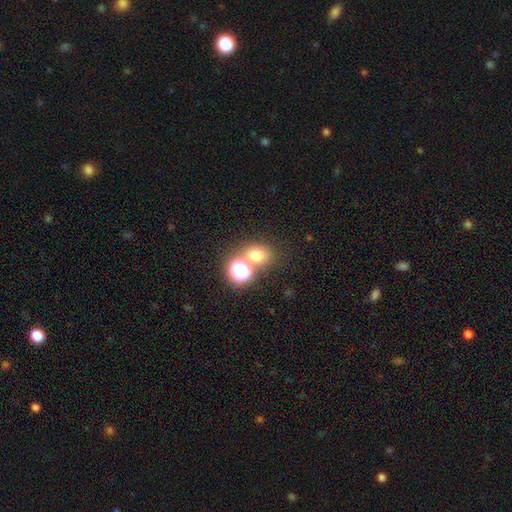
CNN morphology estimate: smooth 68%, star or artifact 22%, featured or disk 10%. Down the decision tree: how rounded — round (63%); merging — none (59%).